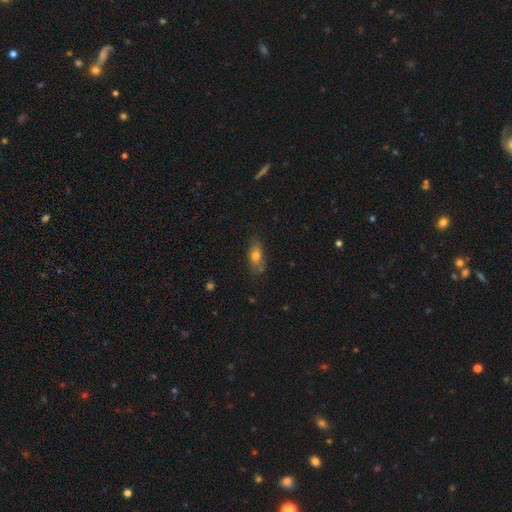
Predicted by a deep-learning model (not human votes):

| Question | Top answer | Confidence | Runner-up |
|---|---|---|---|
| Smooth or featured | smooth | 71% | featured or disk (20%) |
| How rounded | in between | 77% | cigar-shaped (15%) |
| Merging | none | 68% | minor disturbance (23%) |